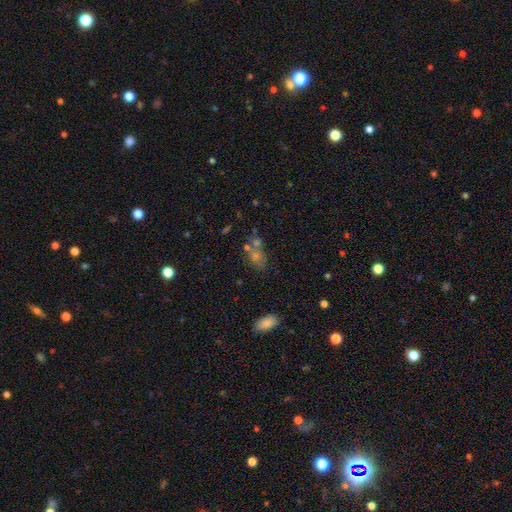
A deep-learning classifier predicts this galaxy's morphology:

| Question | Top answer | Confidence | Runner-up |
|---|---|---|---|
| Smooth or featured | smooth | 49% | star or artifact (28%) |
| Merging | none | 50% | merger (28%) |